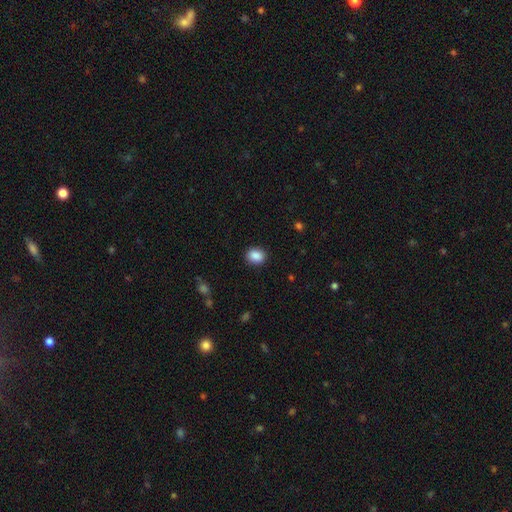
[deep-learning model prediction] A smooth galaxy with no disk features (88%) that is round (54%). Merging: none (89%).